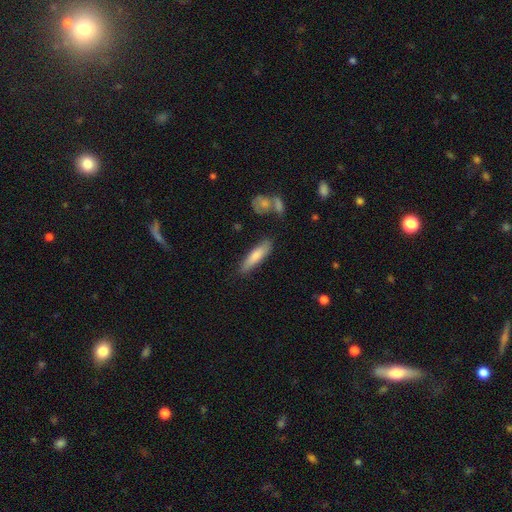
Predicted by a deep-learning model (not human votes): This is likely a smooth galaxy (75%). How rounded: likely cigar-shaped (75%). Merging: likely none (80%).